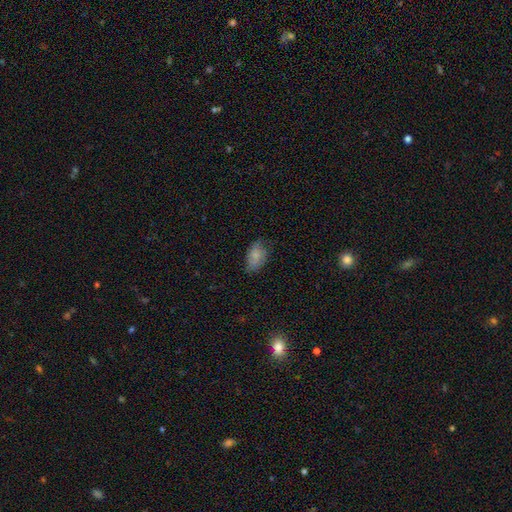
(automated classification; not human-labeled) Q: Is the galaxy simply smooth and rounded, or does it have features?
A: smooth — 78%.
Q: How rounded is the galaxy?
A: in between — 91%.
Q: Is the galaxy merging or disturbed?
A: none — 64%.